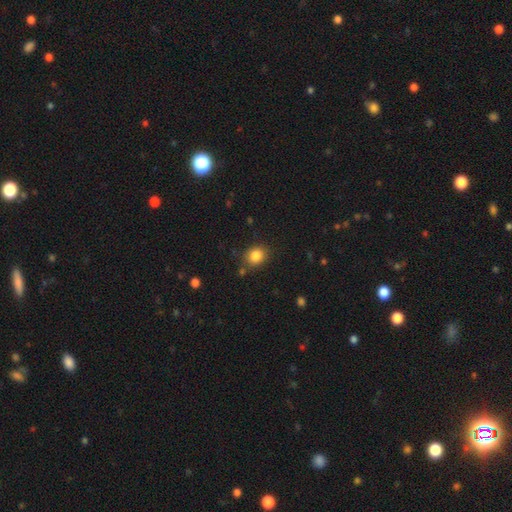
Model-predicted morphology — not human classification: Smooth or featured? smooth (85%)
How rounded? round (65%)
Merging? none (81%)